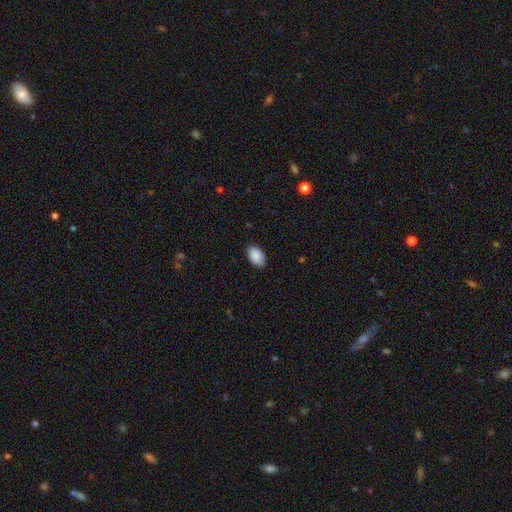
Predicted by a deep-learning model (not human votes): Smooth or featured? Predicted: smooth (p=0.90). How rounded? Predicted: in between (p=0.92). Merging? Predicted: none (p=0.87).